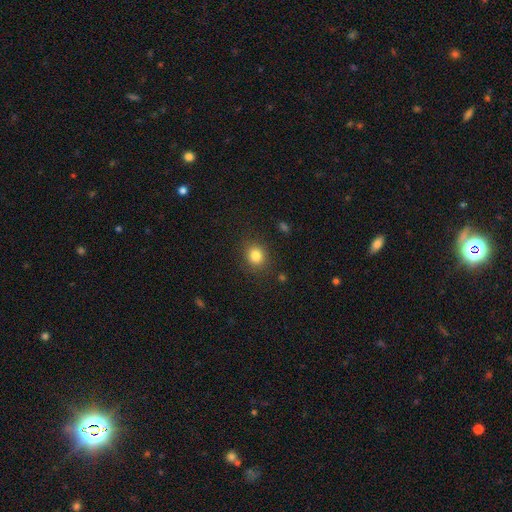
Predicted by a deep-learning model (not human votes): A smooth galaxy with no disk features (82%) that is round (78%). Merging: none (86%).